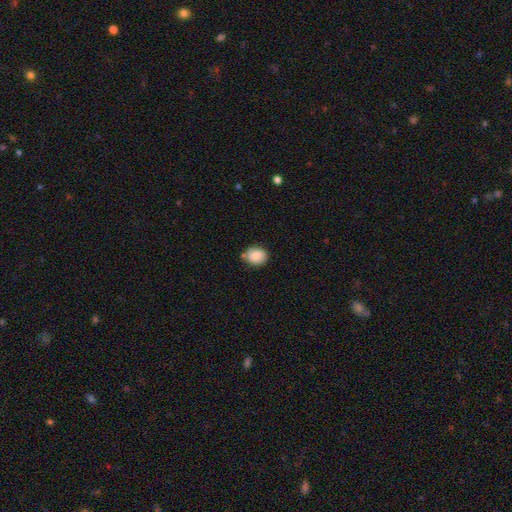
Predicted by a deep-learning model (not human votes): Q: Smooth or featured?
A: smooth (85%); runner-up: star or artifact (8%)
Q: How rounded?
A: round (59%); runner-up: in between (40%)
Q: Merging?
A: none (73%); runner-up: minor disturbance (18%)